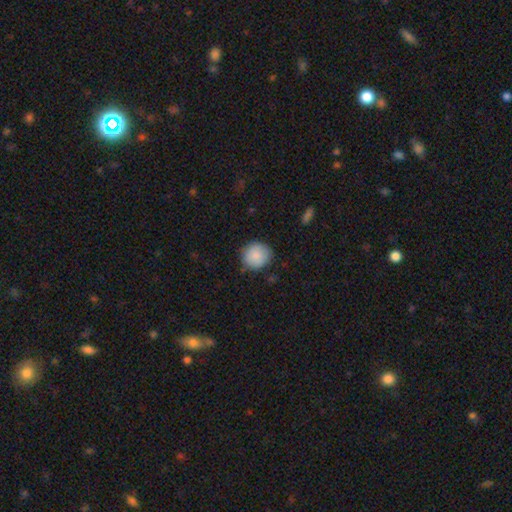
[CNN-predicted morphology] A smooth galaxy with no disk features (86%) that is round (89%).

Vote fractions:
- Smooth or featured? smooth: 86% / star or artifact: 7% / featured or disk: 7%
- How rounded? round: 89% / in between: 10% / cigar-shaped: 1%
- Merging? none: 82% / minor disturbance: 14% / major disturbance: 3% / merger: 1%